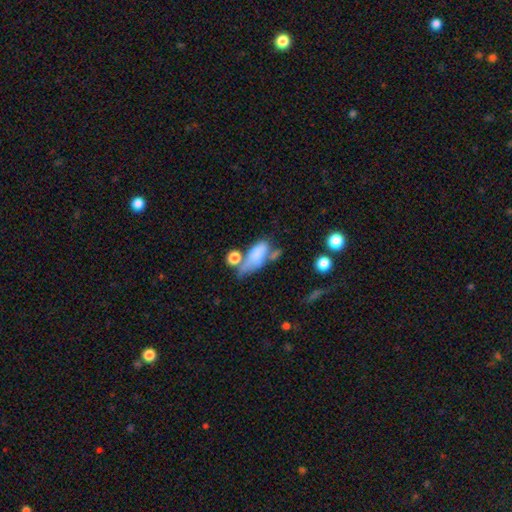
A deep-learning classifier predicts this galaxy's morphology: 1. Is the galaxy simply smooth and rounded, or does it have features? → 65% smooth, 26% featured or disk, 9% star or artifact.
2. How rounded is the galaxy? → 77% in between, 17% cigar-shaped, 5% round.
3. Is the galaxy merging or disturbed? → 32% merger, 26% none, 21% minor disturbance, 21% major disturbance.